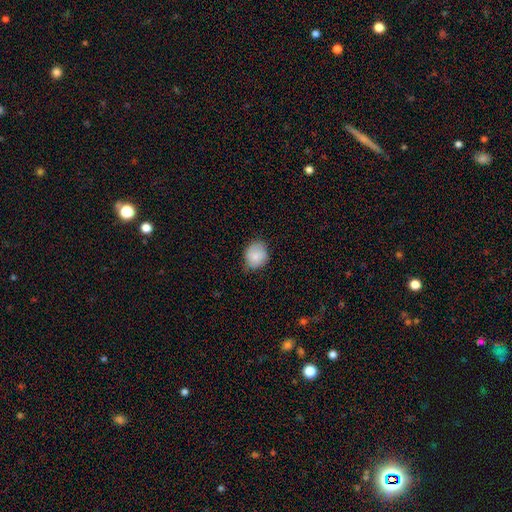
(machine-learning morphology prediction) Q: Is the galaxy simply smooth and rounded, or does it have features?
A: smooth — 84%.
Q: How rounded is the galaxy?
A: round — 67%.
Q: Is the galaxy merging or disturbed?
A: none — 71%.